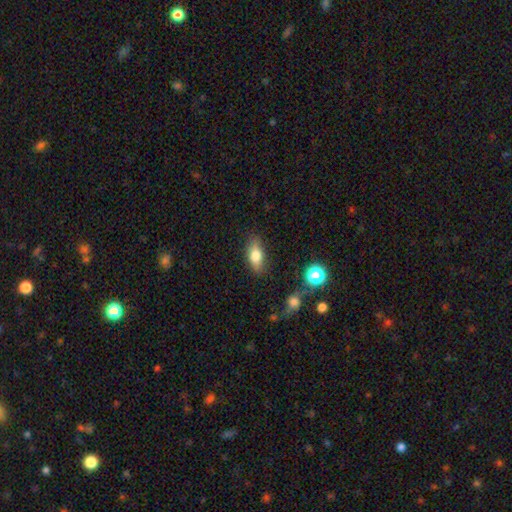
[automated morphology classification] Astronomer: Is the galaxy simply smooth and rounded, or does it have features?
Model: smooth — 75%.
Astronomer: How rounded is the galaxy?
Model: in between — 81%.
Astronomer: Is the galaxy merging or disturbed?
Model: none — 84%.